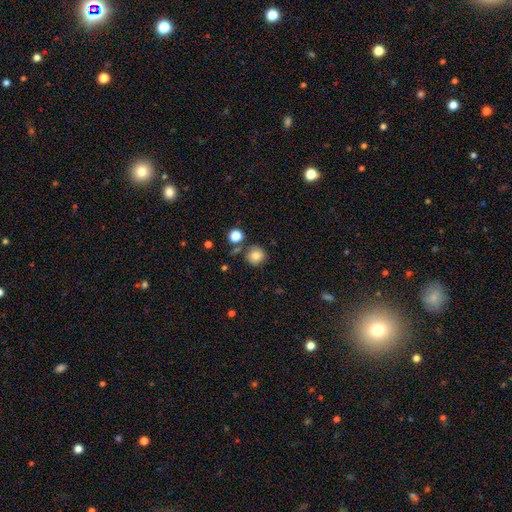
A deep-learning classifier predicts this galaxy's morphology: type=smooth (80%); roundness=round (91%); merging=none (76%).